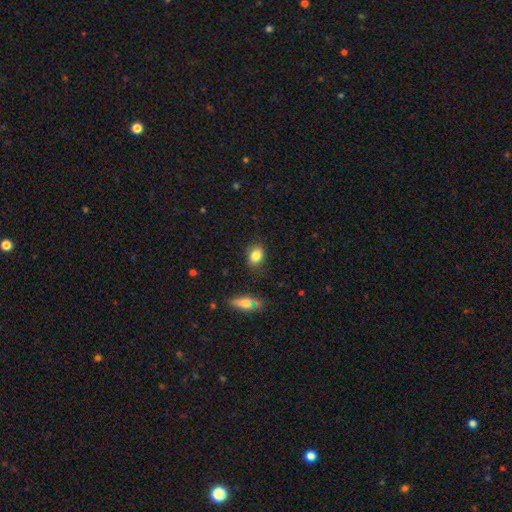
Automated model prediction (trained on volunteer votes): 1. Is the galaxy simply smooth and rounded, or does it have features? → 83% smooth, 9% star or artifact, 7% featured or disk.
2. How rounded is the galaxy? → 66% in between, 32% round, 2% cigar-shaped.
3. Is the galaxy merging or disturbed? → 82% none, 13% minor disturbance, 3% major disturbance, 2% merger.